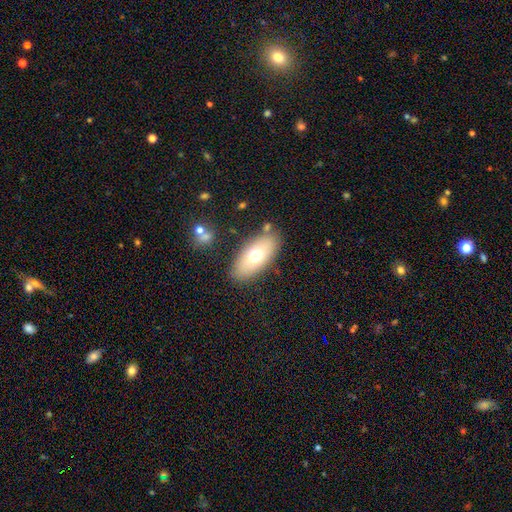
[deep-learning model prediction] This appears to be a smooth galaxy with no disk features (66%) that is in between round and cigar-shaped (89%). Merging: none (81%).